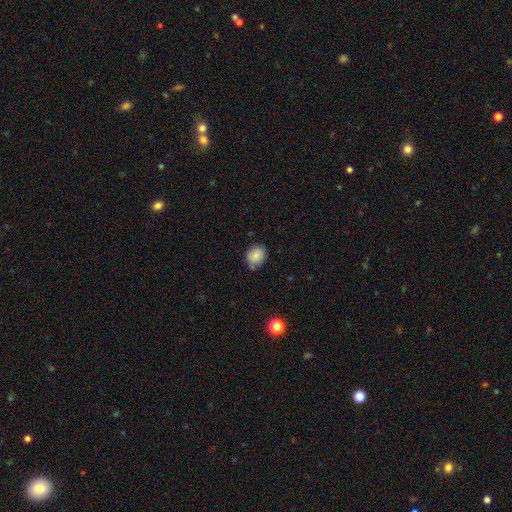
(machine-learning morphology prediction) smooth_or_featured: smooth (p=0.84) [alt: star or artifact p=0.09]
how_rounded: round (p=0.67) [alt: in between p=0.32]
merging: none (p=0.72) [alt: minor disturbance p=0.20]